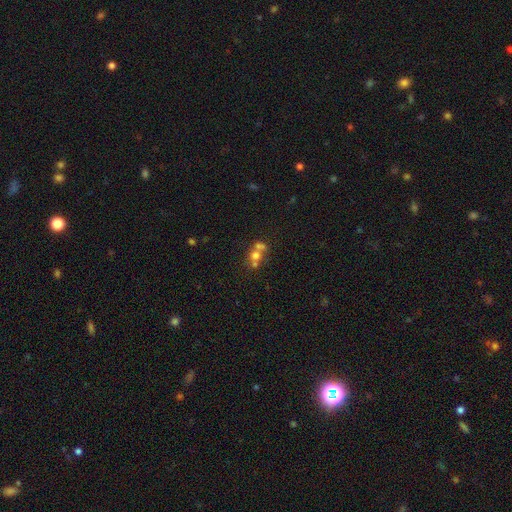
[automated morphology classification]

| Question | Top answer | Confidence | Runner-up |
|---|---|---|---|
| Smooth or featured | smooth | 58% | featured or disk (25%) |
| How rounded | round | 74% | in between (25%) |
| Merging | merger | 55% | none (33%) |